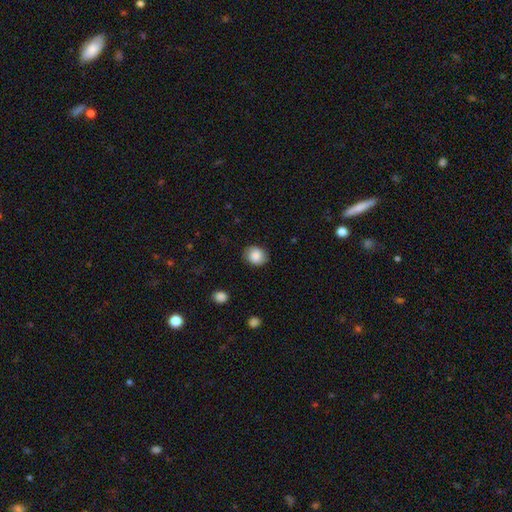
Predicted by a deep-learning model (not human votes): smooth-or-featured: smooth: 83% | featured or disk: 9% | star or artifact: 8%
  how-rounded: round: 60% | in between: 39% | cigar-shaped: 1%
  merging: none: 83% | minor disturbance: 13% | major disturbance: 3% | merger: 1%